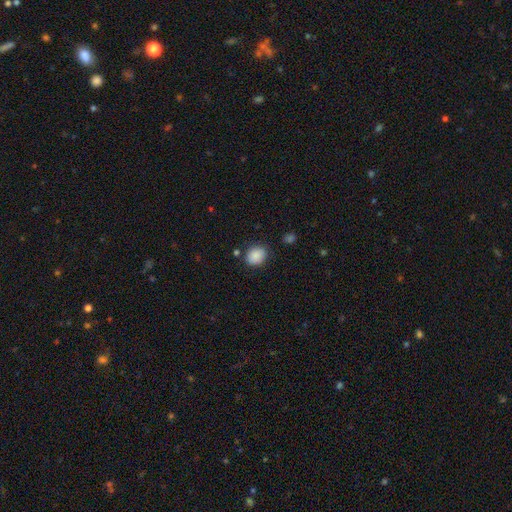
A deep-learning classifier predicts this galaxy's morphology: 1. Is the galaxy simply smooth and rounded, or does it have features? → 87% smooth, 8% star or artifact, 4% featured or disk.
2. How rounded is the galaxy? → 58% round, 41% in between, 1% cigar-shaped.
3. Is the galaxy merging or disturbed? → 80% none, 14% minor disturbance, 3% major disturbance, 3% merger.